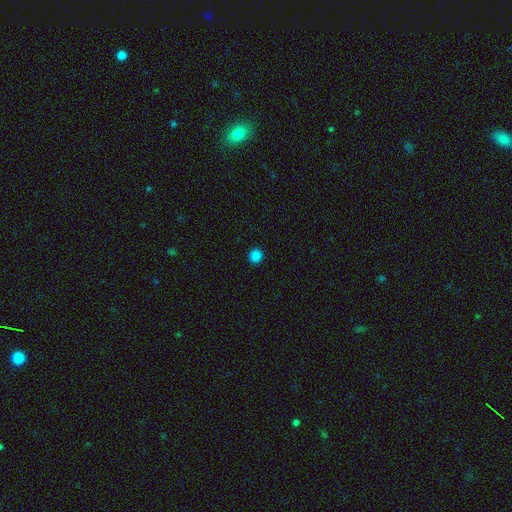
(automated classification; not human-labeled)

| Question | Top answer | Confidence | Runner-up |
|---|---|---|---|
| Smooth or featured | smooth | 85% | star or artifact (12%) |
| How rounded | round | 94% | in between (5%) |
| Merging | none | 93% | minor disturbance (4%) |